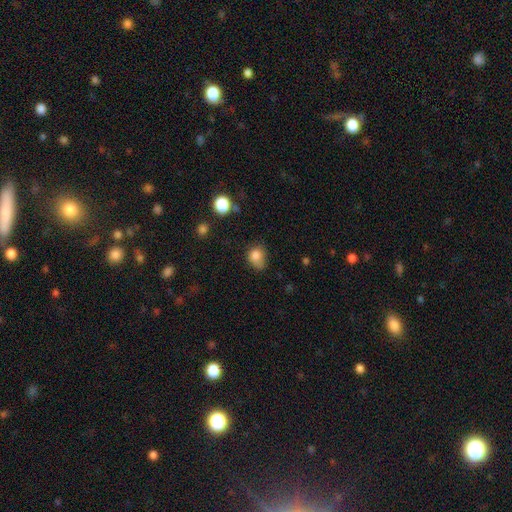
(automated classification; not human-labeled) A smooth galaxy with no disk features (81%) that is round (62%).

Vote fractions:
- Smooth or featured? smooth: 81% / star or artifact: 11% / featured or disk: 8%
- How rounded? round: 62% / in between: 37% / cigar-shaped: 1%
- Merging? none: 43% / minor disturbance: 37% / major disturbance: 15% / merger: 6%